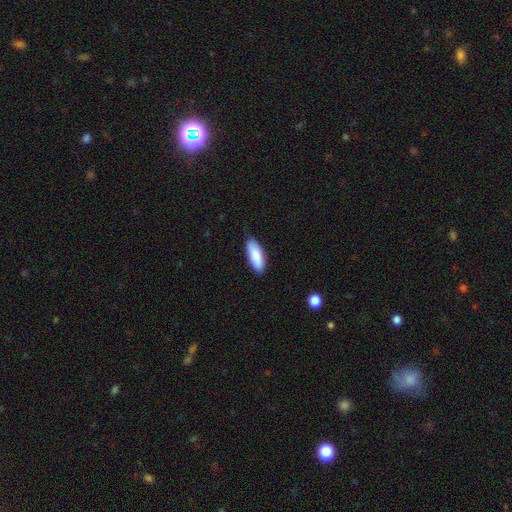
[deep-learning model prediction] smooth_or_featured: smooth (p=0.87) [alt: featured or disk p=0.08]
how_rounded: in between (p=0.74) [alt: cigar-shaped p=0.25]
merging: none (p=0.85) [alt: minor disturbance p=0.12]